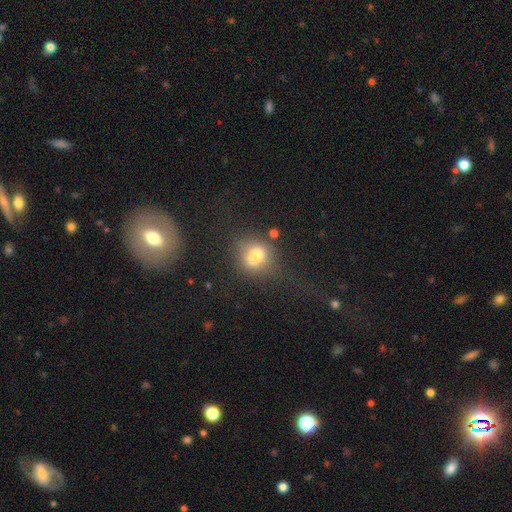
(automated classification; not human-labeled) Smooth or featured?
  - smooth: 66% *
  - featured or disk: 20%
  - star or artifact: 14%
How rounded?
  - round: 66% *
  - in between: 32%
  - cigar-shaped: 2%
Merging?
  - none: 51% *
  - minor disturbance: 19%
  - merger: 16%
  - major disturbance: 14%